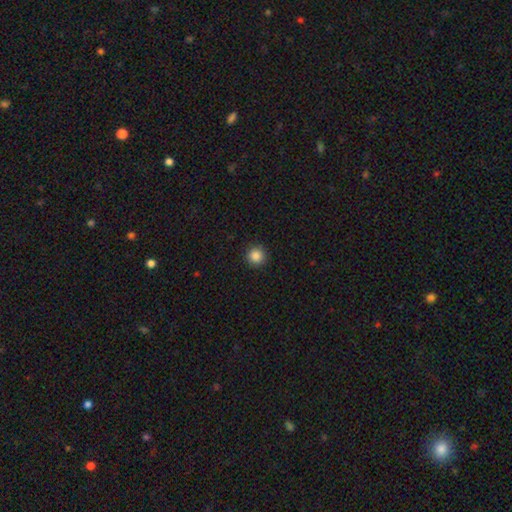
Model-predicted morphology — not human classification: A smooth galaxy with no disk features (87%) that is round (96%).

Vote fractions:
- Smooth or featured? smooth: 87% / star or artifact: 10% / featured or disk: 3%
- How rounded? round: 96% / in between: 3% / cigar-shaped: 1%
- Merging? none: 93% / minor disturbance: 5% / major disturbance: 2% / merger: 1%